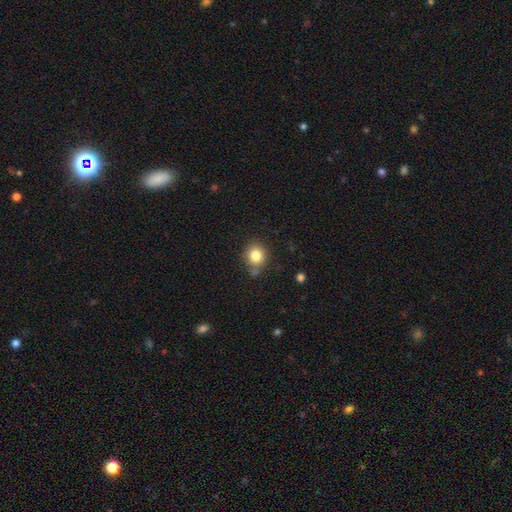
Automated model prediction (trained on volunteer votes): This is clearly a smooth galaxy (82%). How rounded: clearly round (83%). Merging: likely none (74%).